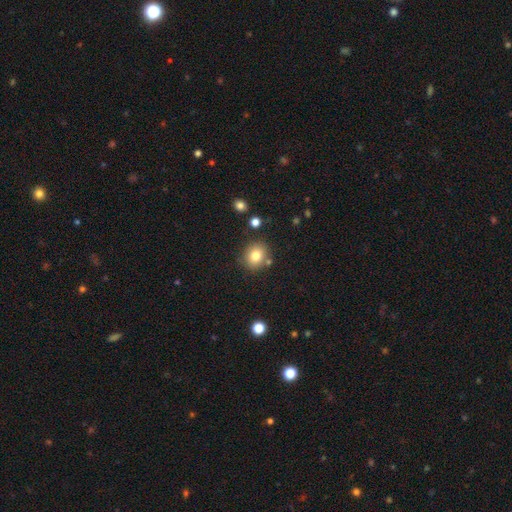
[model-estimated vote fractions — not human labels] This is likely a smooth galaxy (80%). How rounded: likely round (70%). Merging: likely none (79%).